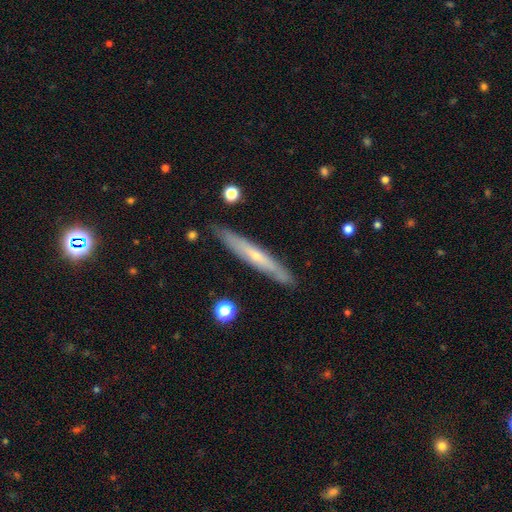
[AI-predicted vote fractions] Smooth or featured? Predicted: featured or disk (p=0.61). Edge-on disk? Predicted: yes (p=0.87). Edge-on bulge? Predicted: rounded (p=0.62). Merging? Predicted: none (p=0.87).